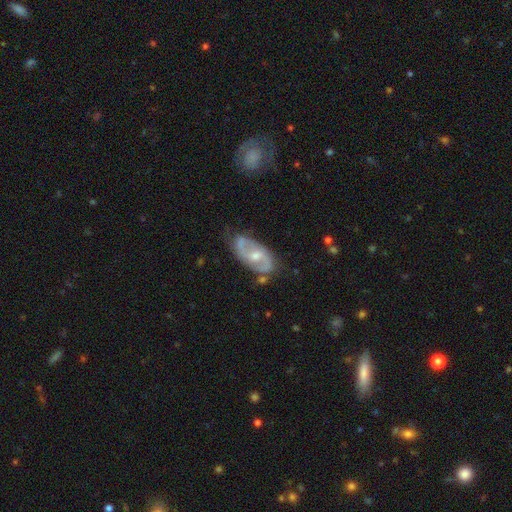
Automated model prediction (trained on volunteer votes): Morphology: type=featured or disk (79%); edge-on=no (95%); bar=weak (46%); spiral arms=yes (90%); winding=medium (50%); arm count=2 (84%); bulge=moderate (58%); merging=none (62%).